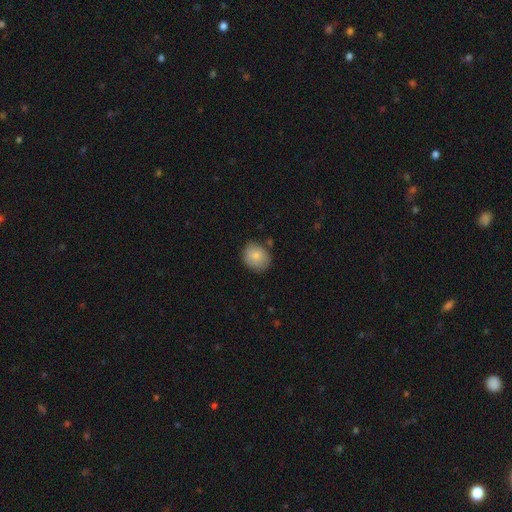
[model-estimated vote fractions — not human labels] Morphology: type=smooth (83%); roundness=round (64%); merging=none (75%).